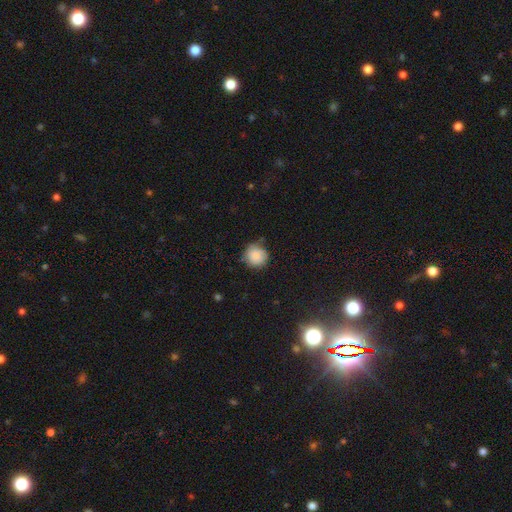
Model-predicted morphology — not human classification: Smooth or featured?
  - smooth: 82% *
  - featured or disk: 10%
  - star or artifact: 8%
How rounded?
  - round: 92% *
  - in between: 7%
  - cigar-shaped: 1%
Merging?
  - none: 72% *
  - minor disturbance: 22%
  - major disturbance: 4%
  - merger: 2%